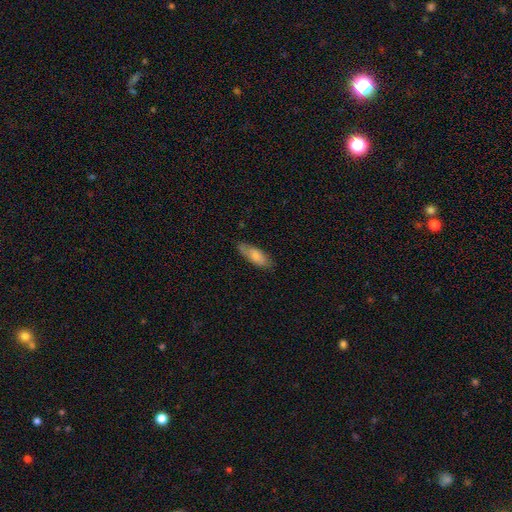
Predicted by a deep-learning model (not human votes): Smooth or featured: smooth — 76% (featured or disk — 18%)
How rounded: in between — 67% (cigar-shaped — 31%)
Merging: none — 73% (minor disturbance — 21%)